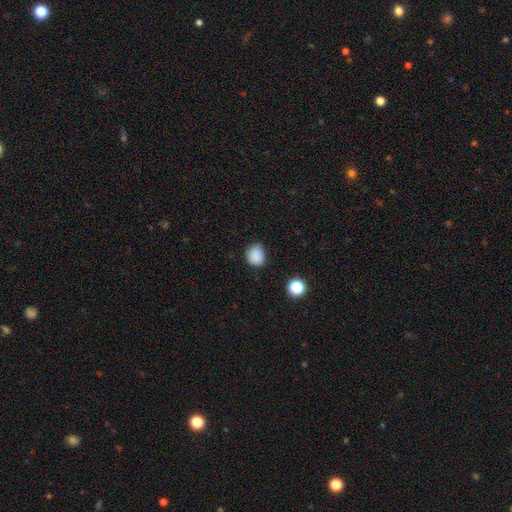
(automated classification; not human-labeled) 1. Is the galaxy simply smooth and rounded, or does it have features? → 85% smooth, 11% star or artifact, 3% featured or disk.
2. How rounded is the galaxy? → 70% round, 29% in between, 1% cigar-shaped.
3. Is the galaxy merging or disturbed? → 77% none, 17% minor disturbance, 3% major disturbance, 2% merger.